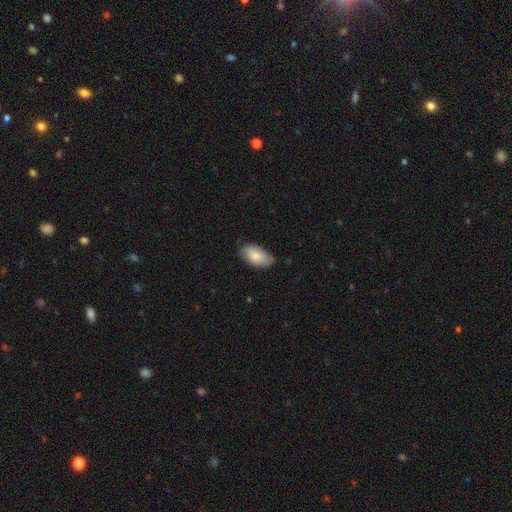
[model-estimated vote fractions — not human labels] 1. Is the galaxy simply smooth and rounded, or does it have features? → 80% smooth, 13% featured or disk, 6% star or artifact.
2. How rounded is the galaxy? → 94% in between, 3% cigar-shaped, 3% round.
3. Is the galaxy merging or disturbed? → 71% none, 25% minor disturbance, 3% major disturbance, 1% merger.